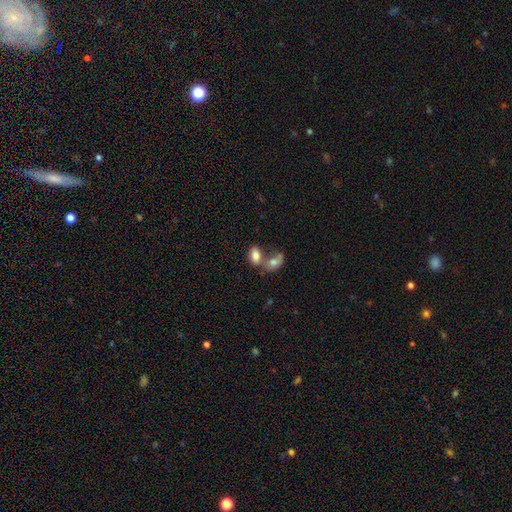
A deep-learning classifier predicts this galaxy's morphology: The model was most divided on "merging": merger: 49%, none: 36%, minor disturbance: 10%, major disturbance: 5%. More confident: how rounded — in between (90%); smooth or featured — smooth (81%).